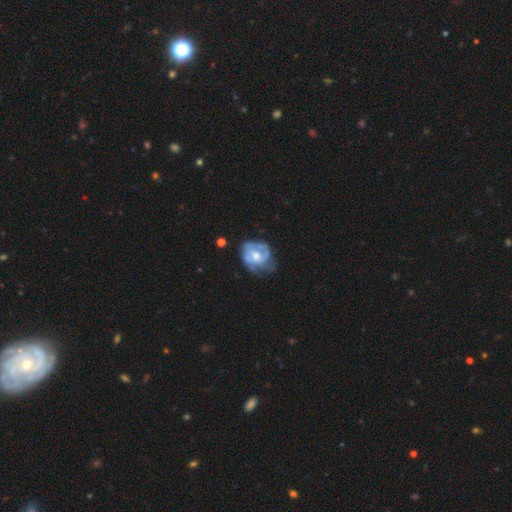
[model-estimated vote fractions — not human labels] Smooth or featured?
  - featured or disk: 65% *
  - smooth: 28%
  - star or artifact: 6%
Edge-on disk?
  - no: 97% *
  - yes: 3%
Bar?
  - no: 71% *
  - weak: 25%
  - strong: 4%
Spiral arms?
  - yes: 66% *
  - no: 34%
Bulge size?
  - moderate: 63% *
  - small: 25%
  - large: 8%
  - none: 3%
  - dominant: 1%
Merging?
  - none: 46% *
  - minor disturbance: 31%
  - major disturbance: 21%
  - merger: 2%